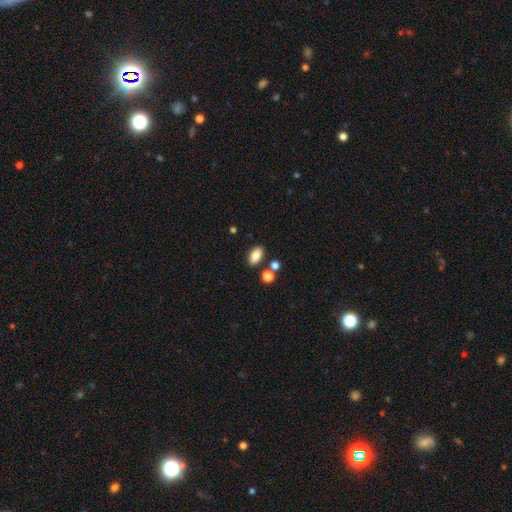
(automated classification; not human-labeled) Smooth or featured?
  - smooth: 83% *
  - star or artifact: 9%
  - featured or disk: 8%
How rounded?
  - in between: 90% *
  - round: 7%
  - cigar-shaped: 3%
Merging?
  - none: 80% *
  - minor disturbance: 9%
  - merger: 9%
  - major disturbance: 3%